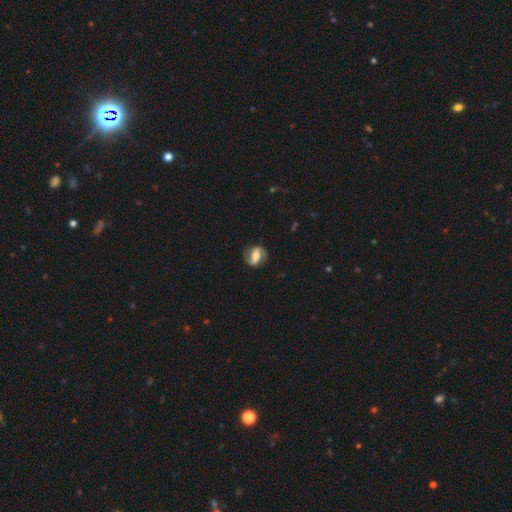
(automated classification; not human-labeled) Morphology: type=featured or disk (76%); edge-on=no (96%); bar=strong (44%); spiral arms=yes (90%); winding=medium (42%); arm count=2 (91%); bulge=moderate (55%); merging=none (82%).